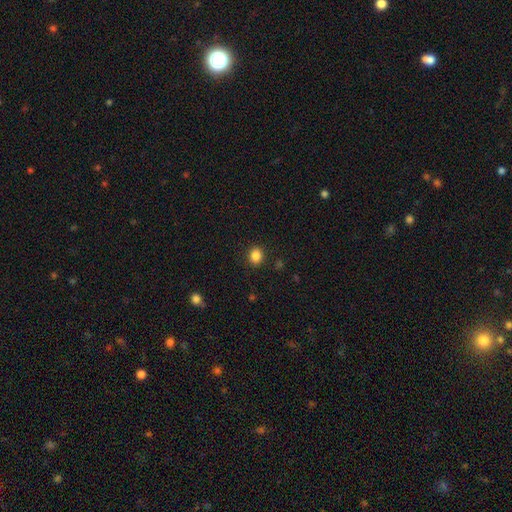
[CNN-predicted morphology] Q: Smooth or featured?
A: smooth (86%); runner-up: star or artifact (11%)
Q: How rounded?
A: round (72%); runner-up: in between (27%)
Q: Merging?
A: none (90%); runner-up: minor disturbance (7%)